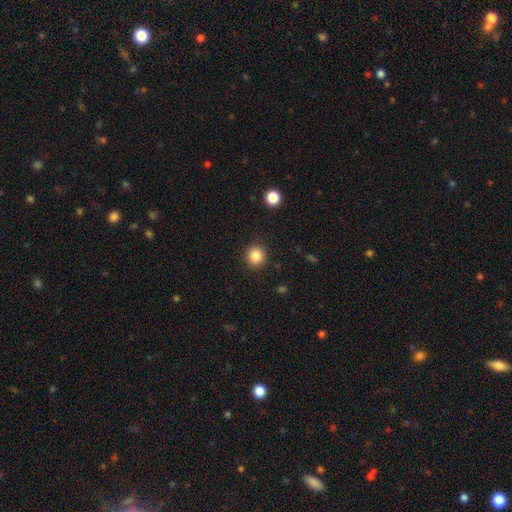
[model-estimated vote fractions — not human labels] smooth 85%, star or artifact 10%, featured or disk 4%. Down the decision tree: how rounded — round (89%); merging — none (90%).